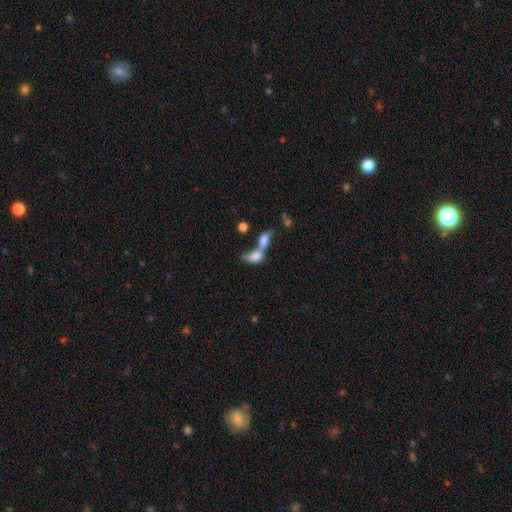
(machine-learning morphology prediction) smooth 68%, featured or disk 22%, star or artifact 10%. Down the decision tree: how rounded — in between (78%); merging — merger (74%).